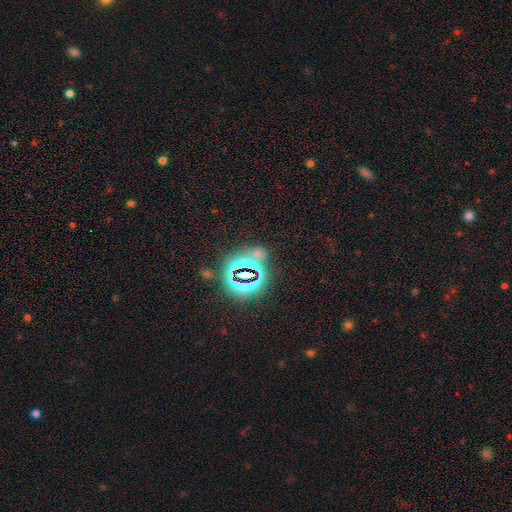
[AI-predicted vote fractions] The model was most divided on "smooth or featured": star or artifact: 68%, smooth: 23%, featured or disk: 9%.